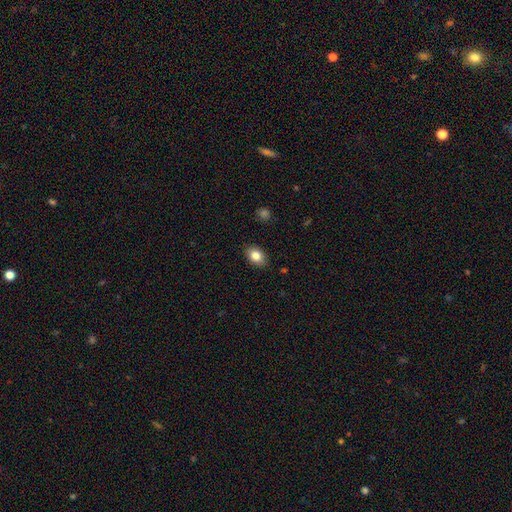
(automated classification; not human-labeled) Morphology: type=smooth (83%); roundness=in between (82%); merging=none (87%).